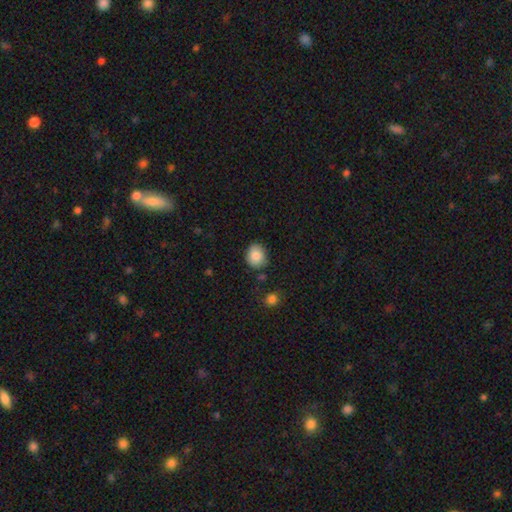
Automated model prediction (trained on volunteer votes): Smooth or featured? smooth (85%)
How rounded? round (67%)
Merging? none (80%)